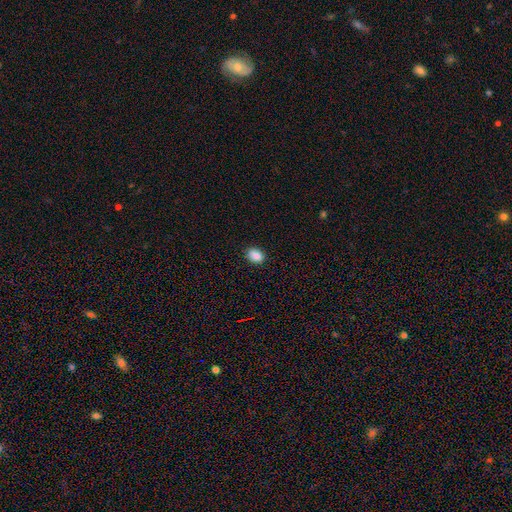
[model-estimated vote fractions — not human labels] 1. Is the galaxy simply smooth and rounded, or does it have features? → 88% smooth, 9% star or artifact, 3% featured or disk.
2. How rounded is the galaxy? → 71% in between, 28% round, 1% cigar-shaped.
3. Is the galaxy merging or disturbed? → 87% none, 10% minor disturbance, 2% major disturbance, 1% merger.